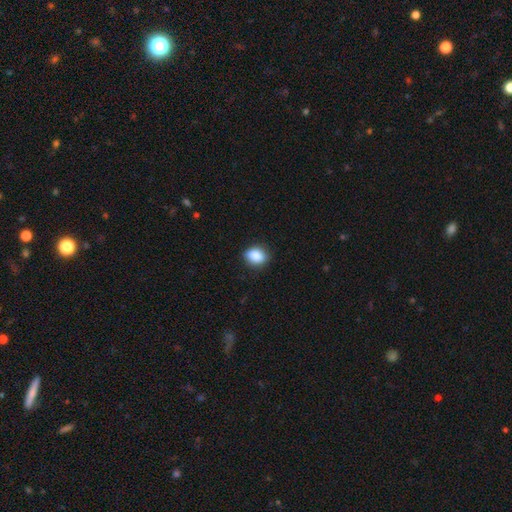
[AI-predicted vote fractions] The model was most divided on "how rounded": in between: 65%, round: 33%, cigar-shaped: 2%. More confident: smooth or featured — smooth (87%); merging — none (83%).